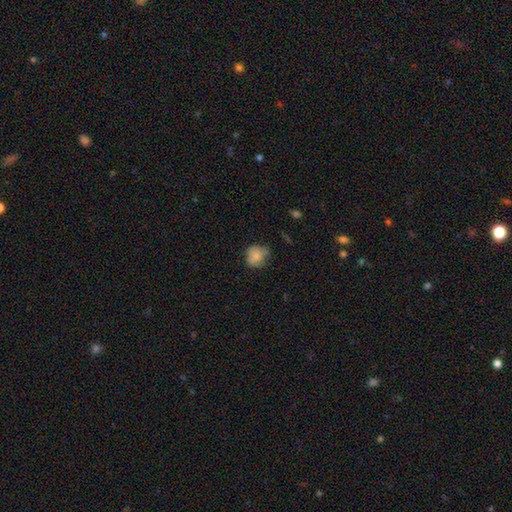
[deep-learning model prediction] Smooth or featured? smooth (80%)
How rounded? round (77%)
Merging? none (61%)